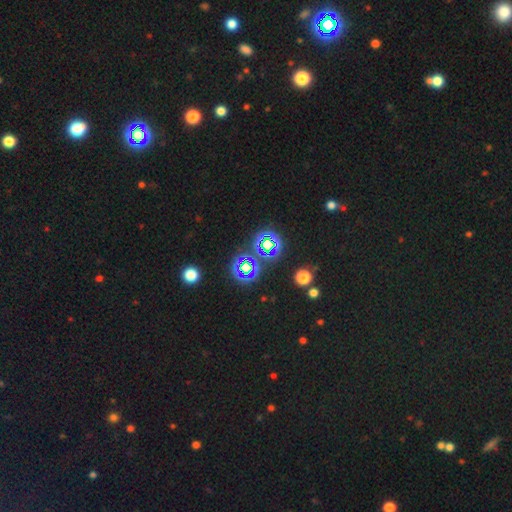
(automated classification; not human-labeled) A star or artifact, not a galaxy (59%).

Vote fractions:
- Smooth or featured? star or artifact: 59% / smooth: 34% / featured or disk: 7%